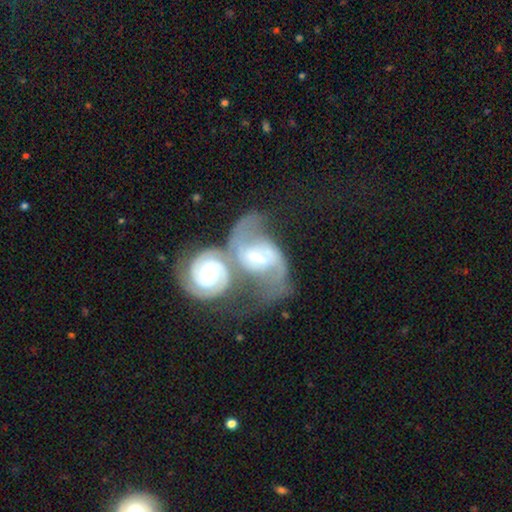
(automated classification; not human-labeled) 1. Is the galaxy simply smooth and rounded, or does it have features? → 87% featured or disk, 8% smooth, 5% star or artifact.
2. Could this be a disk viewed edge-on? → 96% no, 4% yes.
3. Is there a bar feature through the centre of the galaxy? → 42% weak, 32% strong, 26% no.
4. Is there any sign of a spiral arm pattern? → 96% yes, 4% no.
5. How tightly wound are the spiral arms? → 48% medium, 29% tight, 23% loose.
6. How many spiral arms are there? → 87% 2, 7% can't tell, 2% 1, 2% 3, 1% 4, 1% more than 4.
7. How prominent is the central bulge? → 64% moderate, 24% small, 9% large, 2% none, 1% dominant.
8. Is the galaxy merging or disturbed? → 66% merger, 18% none, 8% major disturbance, 7% minor disturbance.